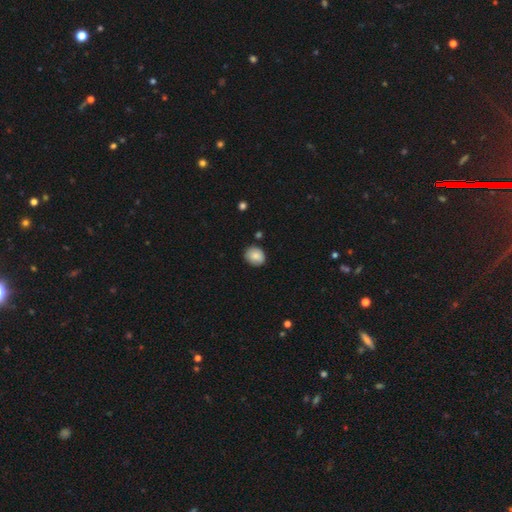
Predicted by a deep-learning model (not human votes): Smooth or featured? smooth (84%)
How rounded? round (69%)
Merging? none (81%)